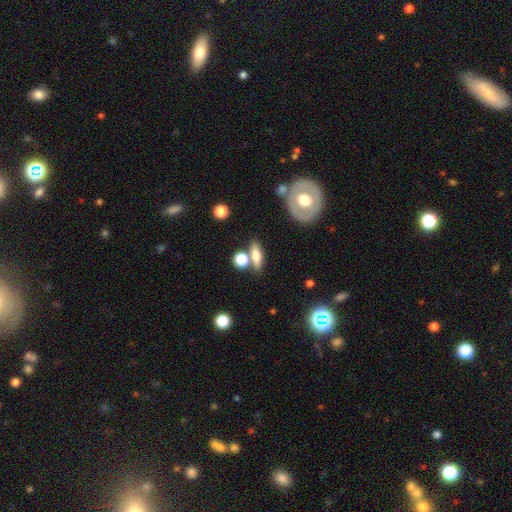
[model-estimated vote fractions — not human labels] Smooth or featured?
  - smooth: 63% *
  - featured or disk: 28%
  - star or artifact: 9%
How rounded?
  - in between: 49% *
  - cigar-shaped: 37%
  - round: 13%
Merging?
  - none: 64% *
  - merger: 19%
  - minor disturbance: 12%
  - major disturbance: 5%